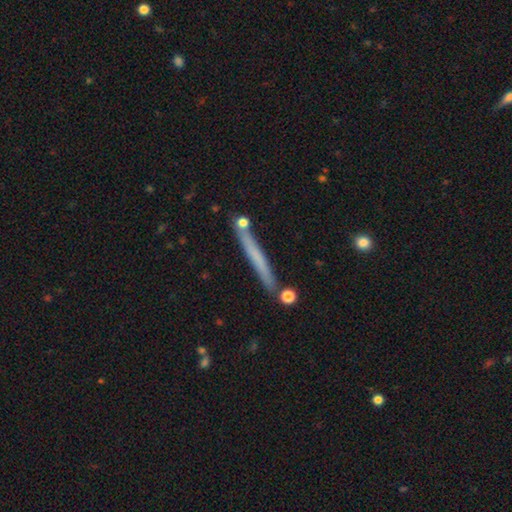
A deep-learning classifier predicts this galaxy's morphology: Smooth or featured?
  - smooth: 54% *
  - featured or disk: 38%
  - star or artifact: 7%
How rounded?
  - cigar-shaped: 97% *
  - in between: 2%
  - round: 1%
Merging?
  - none: 84% *
  - minor disturbance: 10%
  - merger: 4%
  - major disturbance: 2%